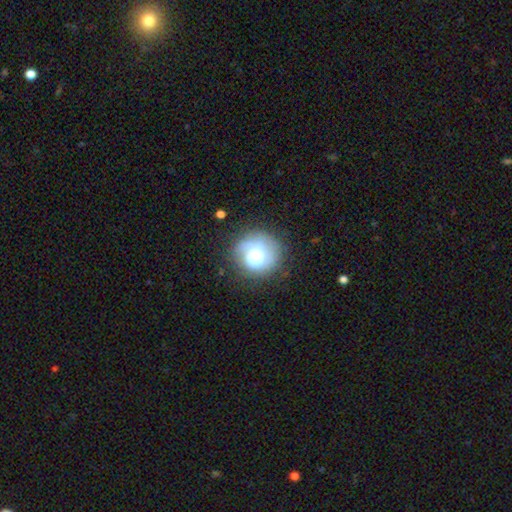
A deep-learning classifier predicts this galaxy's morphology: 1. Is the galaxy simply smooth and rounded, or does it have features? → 55% smooth, 36% featured or disk, 9% star or artifact.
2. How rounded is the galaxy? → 87% round, 12% in between, 1% cigar-shaped.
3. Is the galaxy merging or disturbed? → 64% none, 21% minor disturbance, 12% major disturbance, 2% merger.